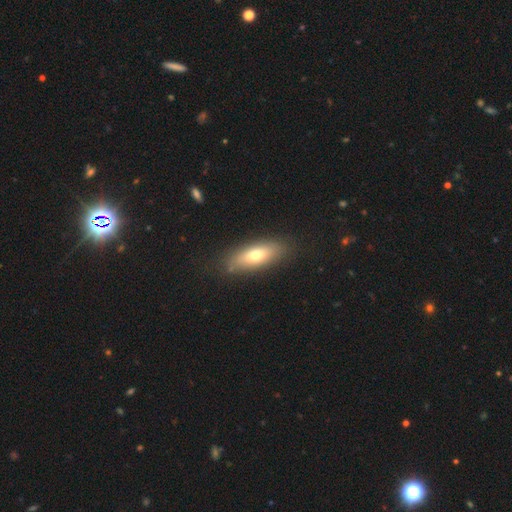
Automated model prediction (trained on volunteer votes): Overall: smooth (68%). How rounded: in between (69%). Merging: none (84%).